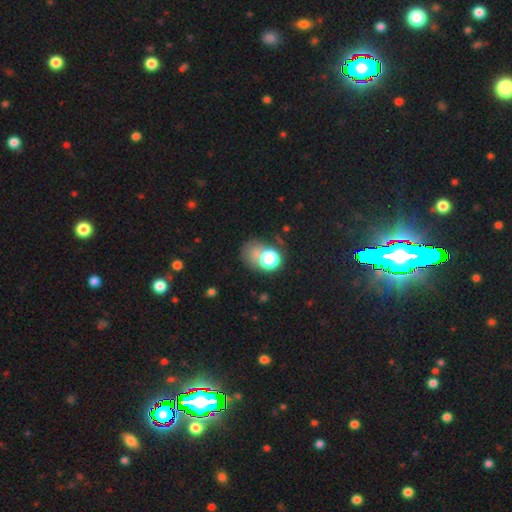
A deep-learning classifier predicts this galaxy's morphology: smooth_or_featured: smooth (p=0.63) [alt: featured or disk p=0.19]
how_rounded: round (p=0.54) [alt: in between p=0.45]
merging: major disturbance (p=0.36) [alt: none p=0.29]